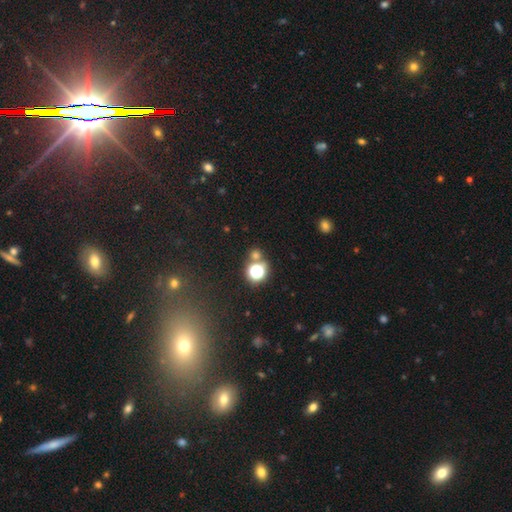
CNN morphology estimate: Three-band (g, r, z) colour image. It shows a smooth galaxy with no disk features (52%) that is round (86%). Merging: none (69%).